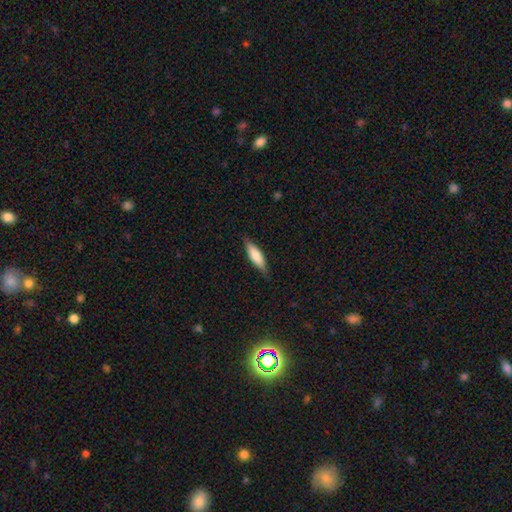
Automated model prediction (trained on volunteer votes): smooth-or-featured: smooth: 70% | featured or disk: 24% | star or artifact: 5%
  how-rounded: cigar-shaped: 55% | in between: 43% | round: 2%
  merging: none: 81% | minor disturbance: 16% | major disturbance: 3% | merger: 1%